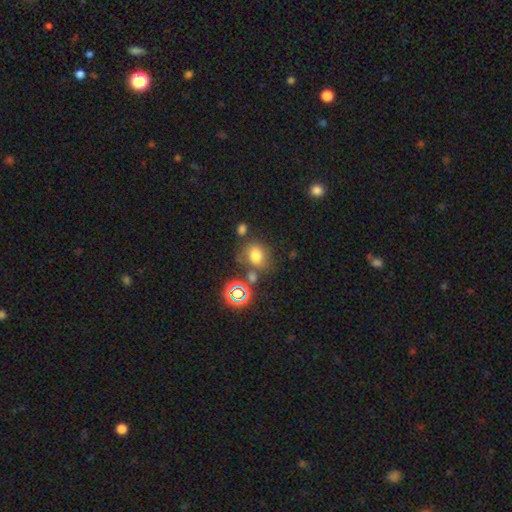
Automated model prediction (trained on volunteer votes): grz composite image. It shows a smooth galaxy with no disk features (69%) that is round (65%). Merging: none (58%).